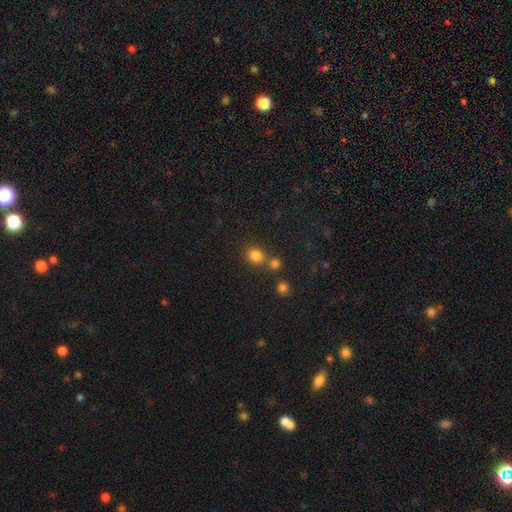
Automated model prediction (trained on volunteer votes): Smooth or featured?
  - smooth: 81% *
  - star or artifact: 14%
  - featured or disk: 5%
How rounded?
  - round: 75% *
  - in between: 24%
  - cigar-shaped: 1%
Merging?
  - none: 64% *
  - merger: 24%
  - minor disturbance: 9%
  - major disturbance: 3%